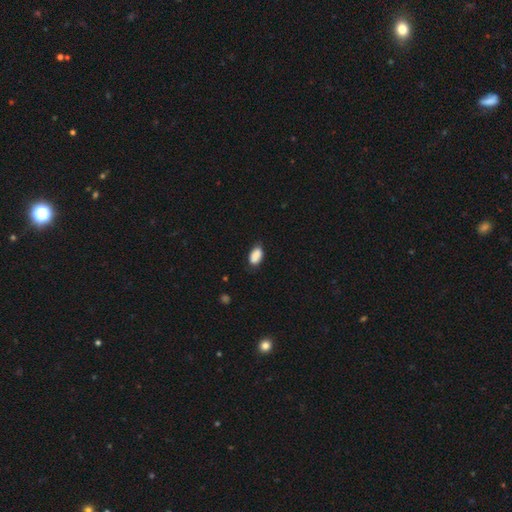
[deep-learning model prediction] This appears to be a smooth galaxy with no disk features (87%) that is in between round and cigar-shaped (92%). Merging: none (73%).